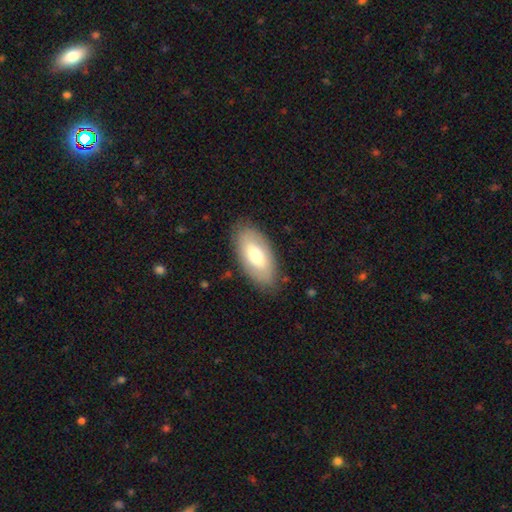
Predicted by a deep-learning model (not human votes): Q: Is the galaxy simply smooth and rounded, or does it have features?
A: smooth — 62%.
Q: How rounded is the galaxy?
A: in between — 93%.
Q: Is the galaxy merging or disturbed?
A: none — 83%.